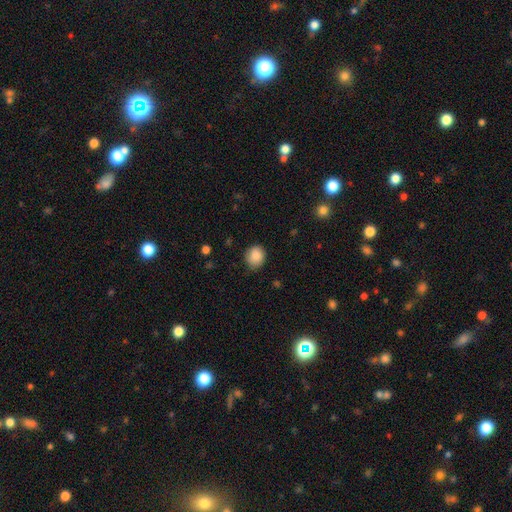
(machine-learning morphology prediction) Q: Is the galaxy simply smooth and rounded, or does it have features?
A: smooth — 88%.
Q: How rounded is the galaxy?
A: round — 69%.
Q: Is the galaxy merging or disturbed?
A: none — 80%.